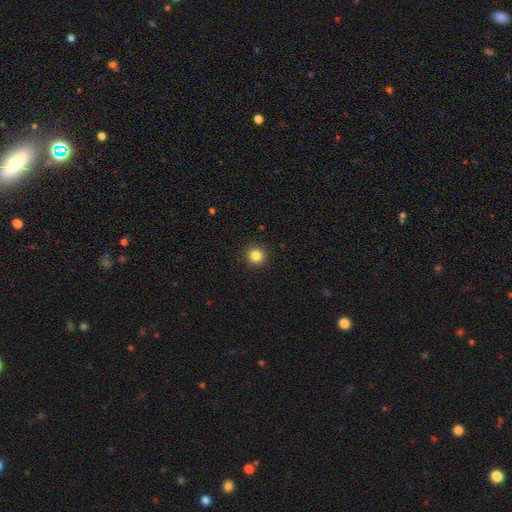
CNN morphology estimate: Q: Smooth or featured?
A: smooth (84%); runner-up: star or artifact (11%)
Q: How rounded?
A: round (95%); runner-up: in between (5%)
Q: Merging?
A: none (93%); runner-up: minor disturbance (5%)